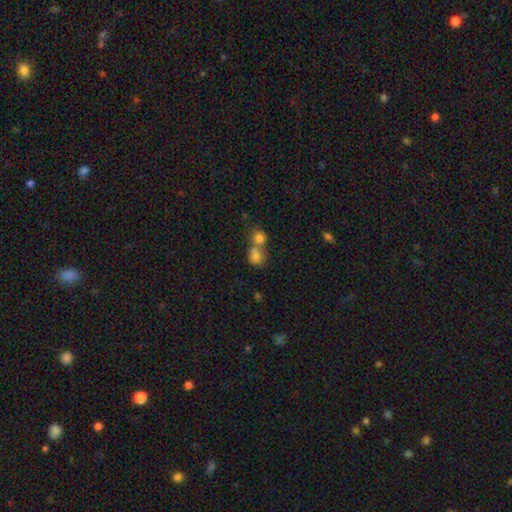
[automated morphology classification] The model was most divided on "merging": merger: 60%, none: 30%, minor disturbance: 7%, major disturbance: 4%. More confident: smooth or featured — smooth (77%); how rounded — round (70%).